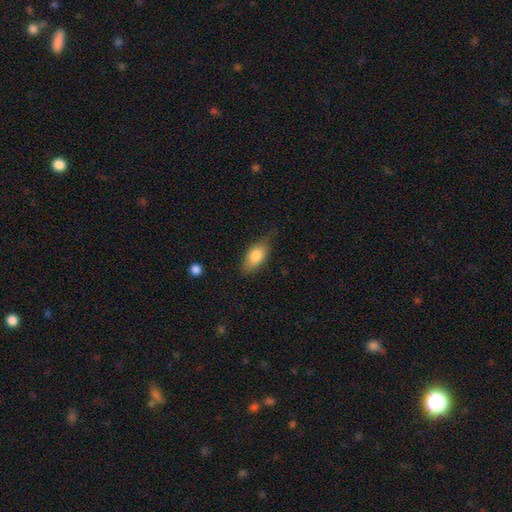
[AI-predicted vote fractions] smooth-or-featured: smooth: 80% | featured or disk: 13% | star or artifact: 7%
  how-rounded: in between: 87% | cigar-shaped: 9% | round: 4%
  merging: none: 70% | minor disturbance: 23% | major disturbance: 5% | merger: 1%